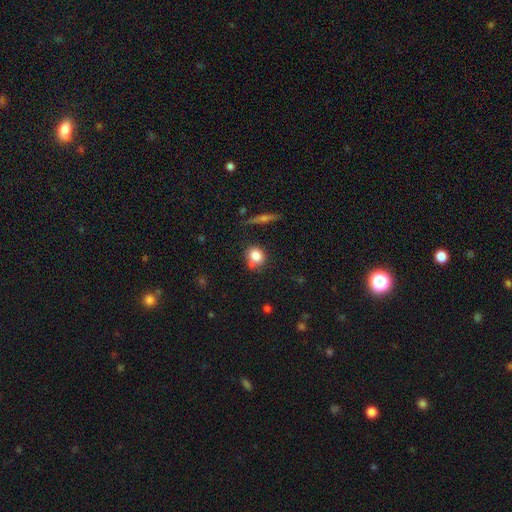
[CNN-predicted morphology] A smooth galaxy with no disk features (79%) that is round (72%). Merging: none (65%).